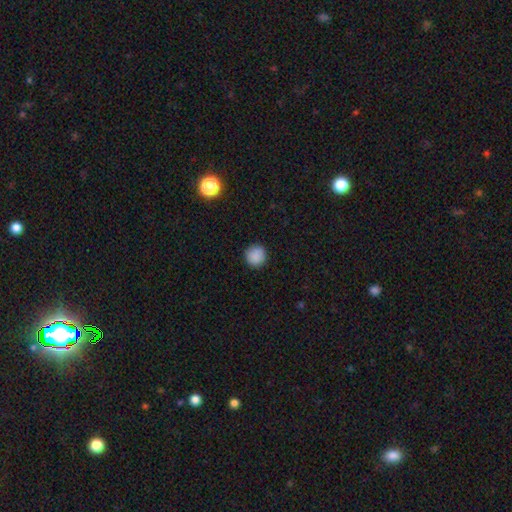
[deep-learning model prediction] The model was most divided on "smooth or featured": smooth: 88%, star or artifact: 9%, featured or disk: 3%. More confident: how rounded — round (94%); merging — none (90%).